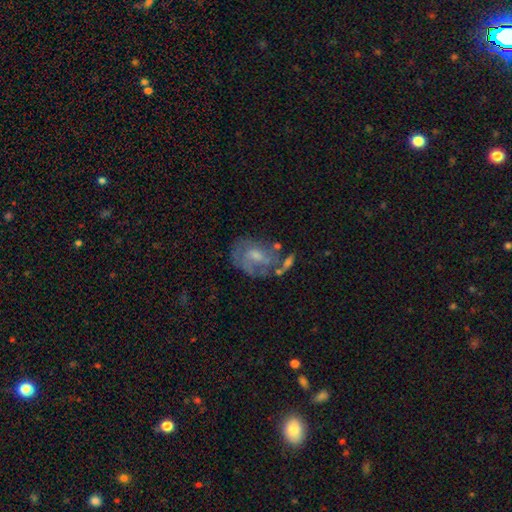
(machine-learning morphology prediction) Smooth or featured?
  - featured or disk: 67% *
  - smooth: 24%
  - star or artifact: 9%
Edge-on disk?
  - no: 96% *
  - yes: 4%
Bar?
  - no: 54% *
  - weak: 39%
  - strong: 7%
Spiral arms?
  - yes: 71% *
  - no: 29%
Bulge size?
  - moderate: 45% *
  - small: 41%
  - none: 9%
  - large: 4%
  - dominant: 1%
Merging?
  - none: 47% *
  - minor disturbance: 23%
  - major disturbance: 17%
  - merger: 12%